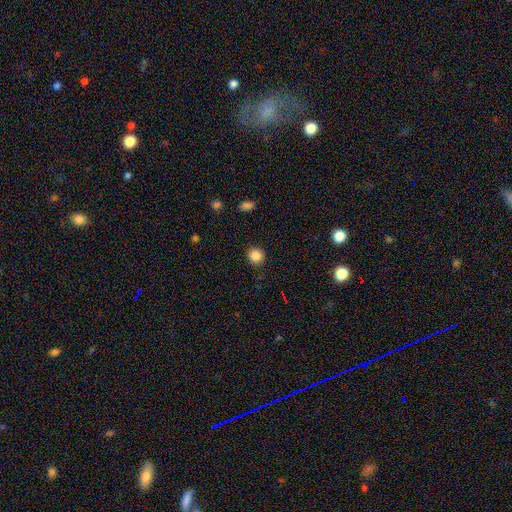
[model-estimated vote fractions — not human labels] Smooth or featured? smooth (86%)
How rounded? round (92%)
Merging? none (91%)